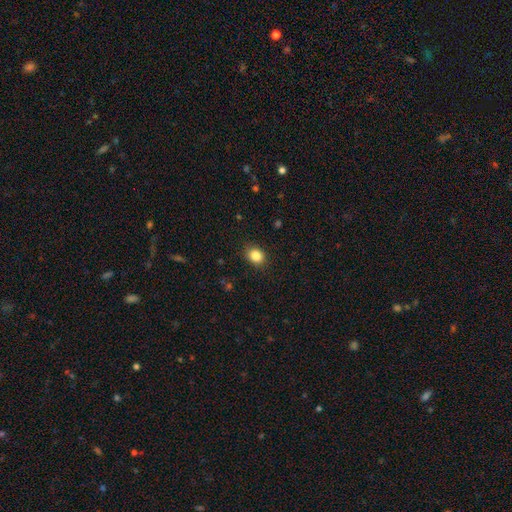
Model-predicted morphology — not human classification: Smooth or featured? Predicted: smooth (p=0.86). How rounded? Predicted: round (p=0.56). Merging? Predicted: none (p=0.86).